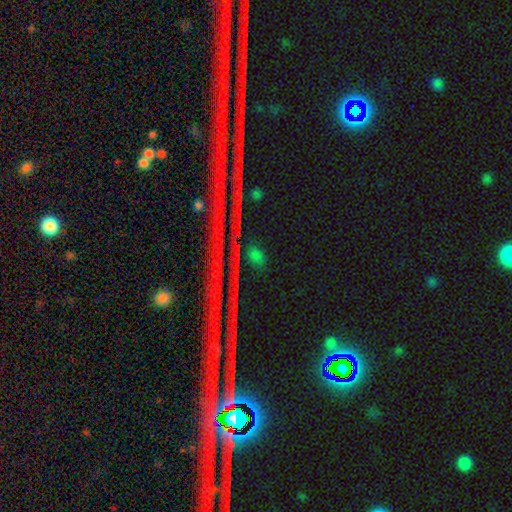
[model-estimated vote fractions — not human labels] The model was most divided on "smooth or featured": star or artifact: 59%, smooth: 30%, featured or disk: 11%.